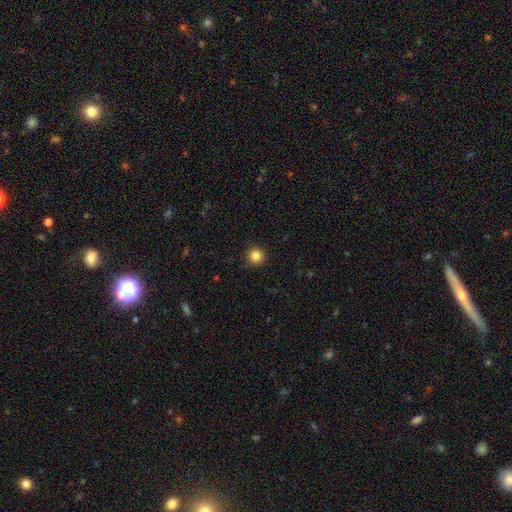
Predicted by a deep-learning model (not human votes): Q: Smooth or featured?
A: smooth (85%); runner-up: star or artifact (11%)
Q: How rounded?
A: round (96%); runner-up: in between (3%)
Q: Merging?
A: none (92%); runner-up: minor disturbance (5%)